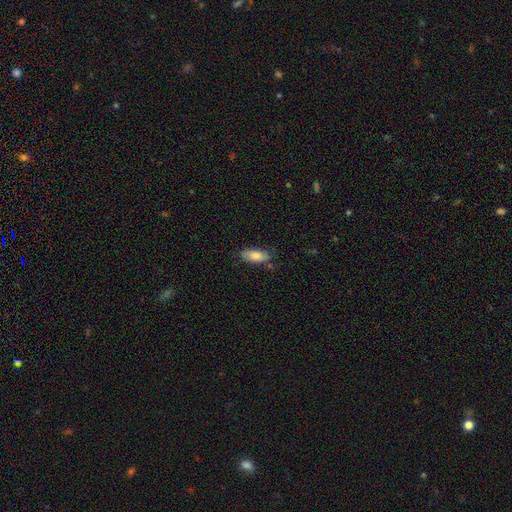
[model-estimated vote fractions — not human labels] A smooth galaxy with no disk features (83%) that is in between round and cigar-shaped (84%).

Vote fractions:
- Smooth or featured? smooth: 83% / featured or disk: 11% / star or artifact: 6%
- How rounded? in between: 84% / cigar-shaped: 14% / round: 2%
- Merging? none: 73% / minor disturbance: 20% / major disturbance: 4% / merger: 3%